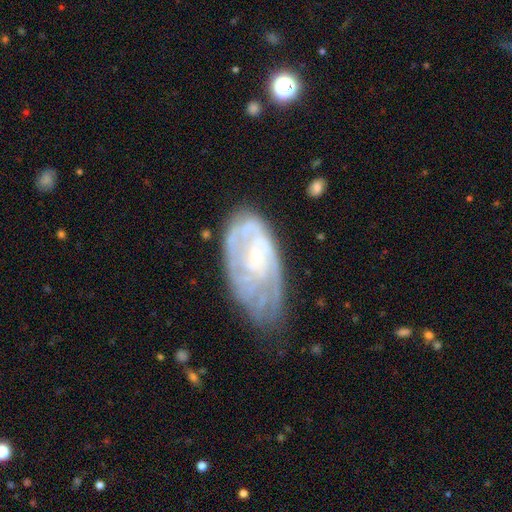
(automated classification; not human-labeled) This is likely a featured or disk galaxy (79%). It is clearly not viewed edge-on (95%). Bar: likely no (64%). Spiral arm pattern: clearly yes (89%). Spiral arm count: possibly can't tell (46%). Spiral winding: likely tight (66%). Central bulge: likely small (75%). Merging: possibly none (53%).